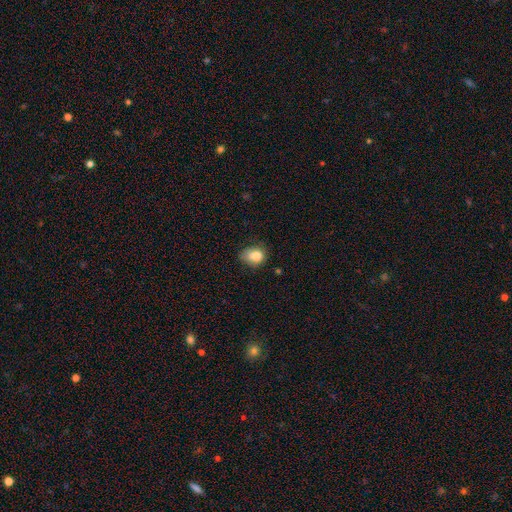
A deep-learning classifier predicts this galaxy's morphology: Smooth or featured: smooth — 81% (star or artifact — 10%)
How rounded: in between — 52% (round — 47%)
Merging: none — 53% (minor disturbance — 34%)